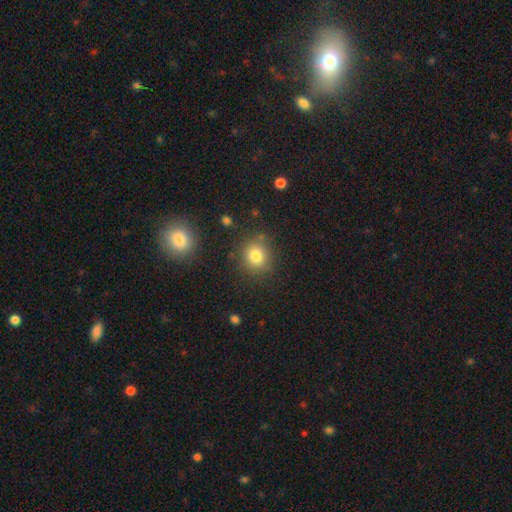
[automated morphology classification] Smooth or featured?
  - smooth: 81% *
  - star or artifact: 13%
  - featured or disk: 7%
How rounded?
  - round: 83% *
  - in between: 16%
  - cigar-shaped: 1%
Merging?
  - none: 82% *
  - minor disturbance: 10%
  - merger: 4%
  - major disturbance: 4%